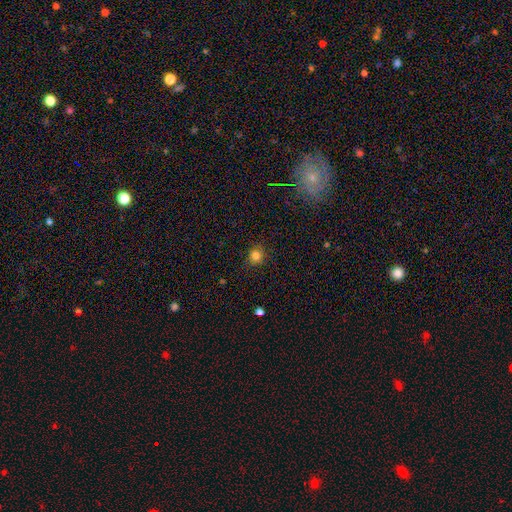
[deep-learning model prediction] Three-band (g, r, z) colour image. It shows a smooth galaxy with no disk features (81%) that is round (87%). Merging: none (86%).